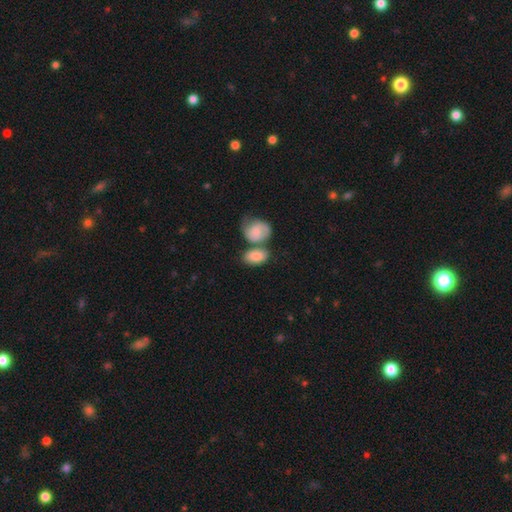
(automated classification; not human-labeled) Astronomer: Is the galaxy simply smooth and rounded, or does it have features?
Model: smooth — 75%.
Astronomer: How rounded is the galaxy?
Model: in between — 86%.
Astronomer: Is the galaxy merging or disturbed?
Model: merger — 42% (runner-up: none, 38%).